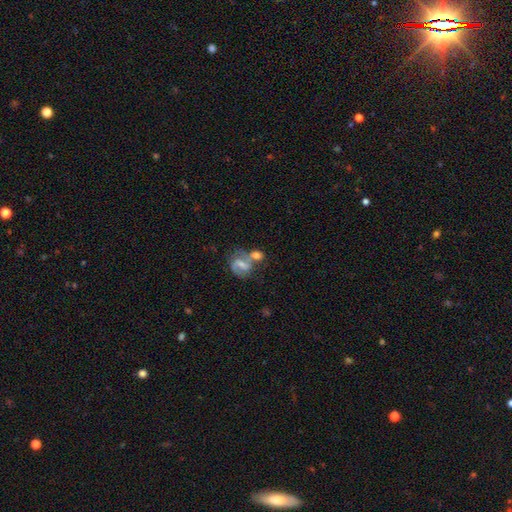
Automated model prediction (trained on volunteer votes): The model was most divided on "smooth or featured": featured or disk: 49%, smooth: 42%, star or artifact: 9%. Remaining: merging — merger (50%).